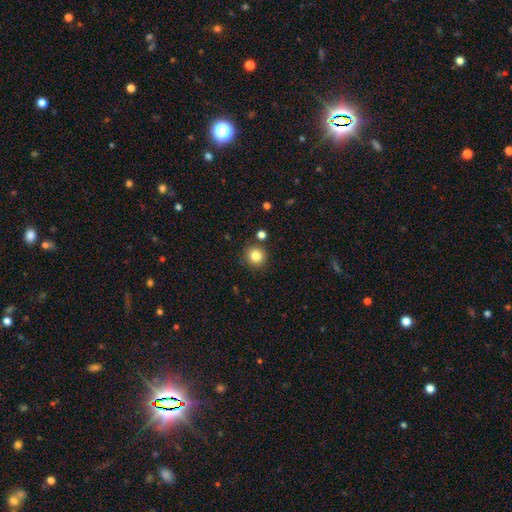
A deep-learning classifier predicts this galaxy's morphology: type=smooth (84%); roundness=round (93%); merging=none (85%).